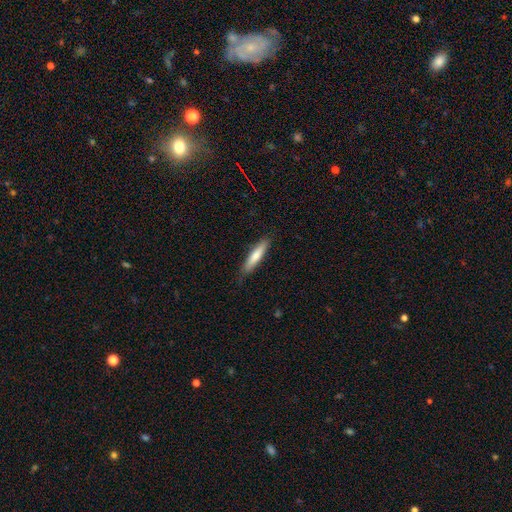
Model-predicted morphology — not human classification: A smooth galaxy with no disk features (73%) that is cigar-shaped (85%).

Vote fractions:
- Smooth or featured? smooth: 73% / featured or disk: 22% / star or artifact: 5%
- How rounded? cigar-shaped: 85% / in between: 14% / round: 1%
- Merging? none: 84% / minor disturbance: 13% / major disturbance: 2% / merger: 1%